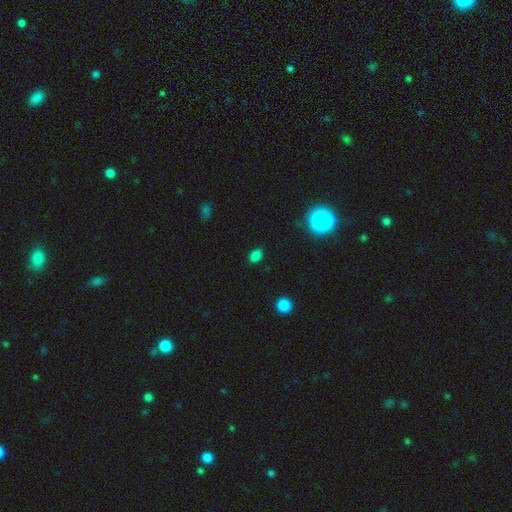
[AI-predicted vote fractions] smooth_or_featured: smooth (p=0.80) [alt: star or artifact p=0.16]
how_rounded: in between (p=0.73) [alt: round p=0.26]
merging: none (p=0.86) [alt: minor disturbance p=0.10]